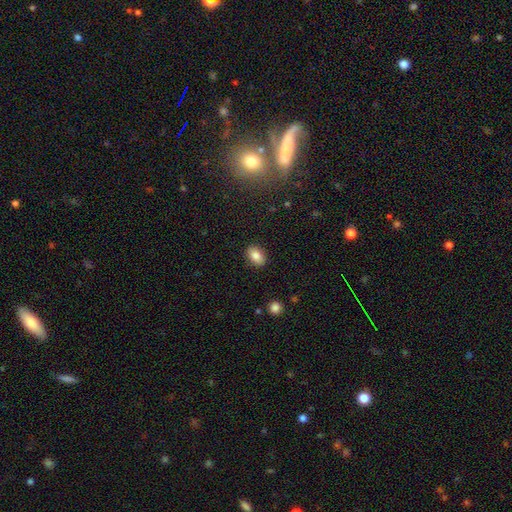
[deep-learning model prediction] smooth-or-featured: smooth: 83% | featured or disk: 9% | star or artifact: 8%
  how-rounded: in between: 83% | round: 16% | cigar-shaped: 2%
  merging: none: 88% | minor disturbance: 8% | major disturbance: 2% | merger: 1%